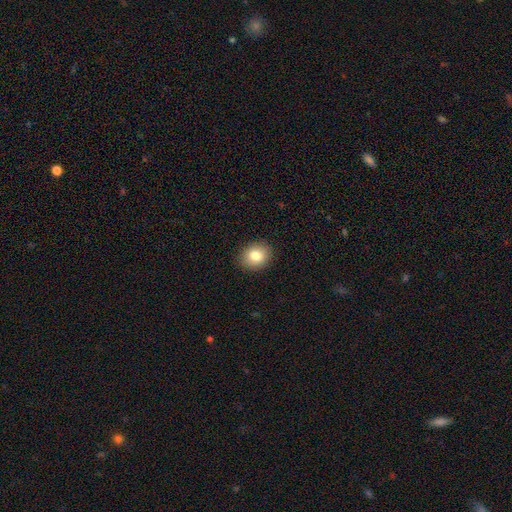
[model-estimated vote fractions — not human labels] This is clearly a smooth galaxy (82%). How rounded: possibly round (57%). Merging: clearly none (90%).